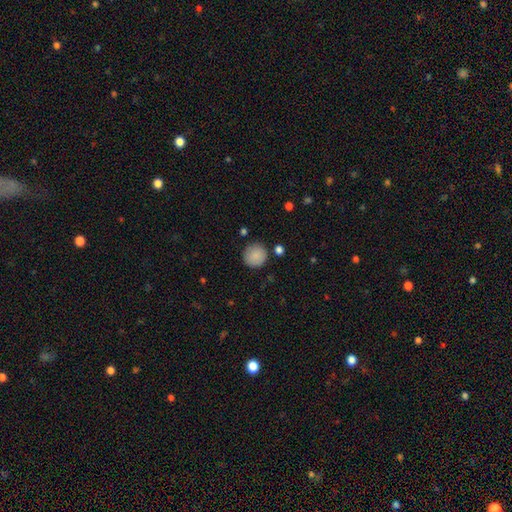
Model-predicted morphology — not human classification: Smooth or featured? Predicted: smooth (p=0.87). How rounded? Predicted: round (p=0.95). Merging? Predicted: none (p=0.85).